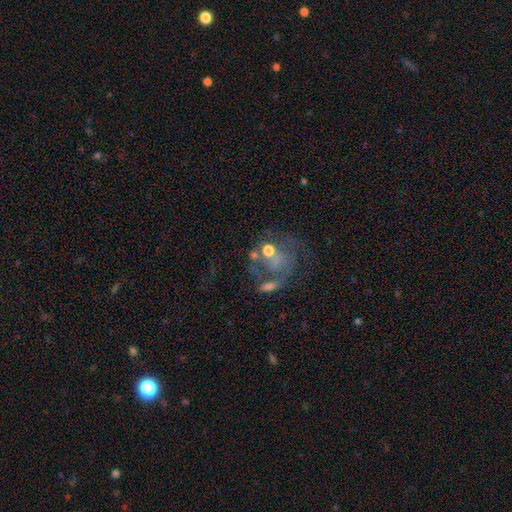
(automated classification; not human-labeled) This is possibly a featured or disk galaxy (53%). It is clearly not viewed edge-on (97%). Bar: likely no (78%). Spiral arm pattern: possibly no (52%). Central bulge: marginally moderate (44%). Merging: marginally none (35%).